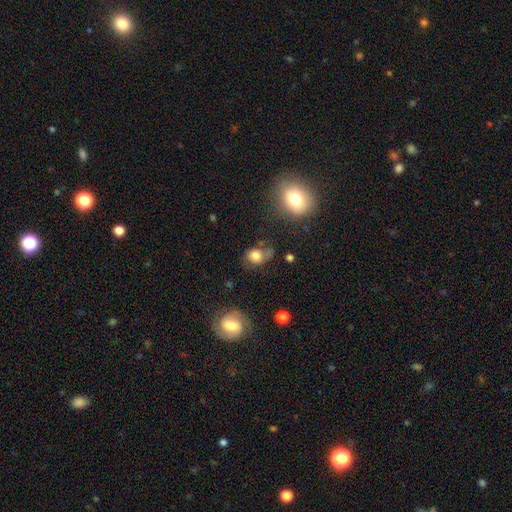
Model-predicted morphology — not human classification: Smooth or featured?
  - smooth: 75% *
  - featured or disk: 13%
  - star or artifact: 12%
How rounded?
  - round: 51% *
  - in between: 47%
  - cigar-shaped: 1%
Merging?
  - none: 45% *
  - minor disturbance: 29%
  - major disturbance: 18%
  - merger: 8%